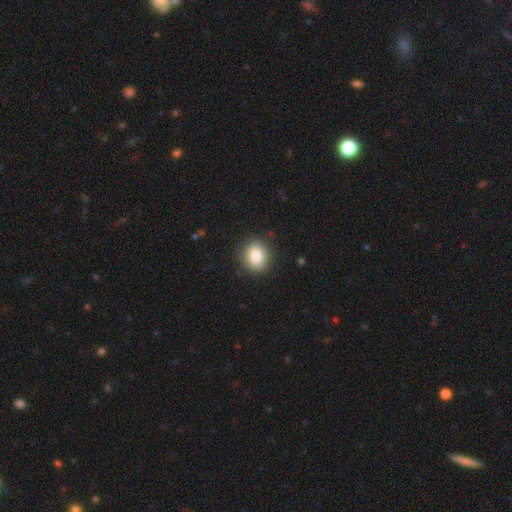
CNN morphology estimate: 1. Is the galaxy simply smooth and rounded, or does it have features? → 85% smooth, 9% star or artifact, 6% featured or disk.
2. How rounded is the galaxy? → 64% round, 35% in between, 1% cigar-shaped.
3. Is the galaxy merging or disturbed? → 88% none, 9% minor disturbance, 3% major disturbance, 1% merger.